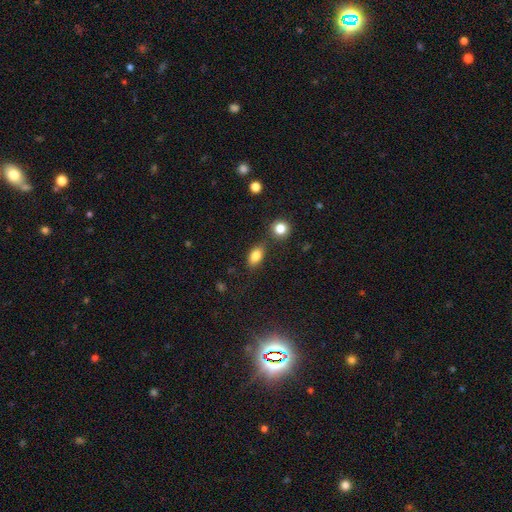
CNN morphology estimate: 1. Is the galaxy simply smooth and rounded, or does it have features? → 82% smooth, 10% star or artifact, 8% featured or disk.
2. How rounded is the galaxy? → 86% in between, 10% round, 4% cigar-shaped.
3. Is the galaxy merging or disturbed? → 77% none, 12% minor disturbance, 8% merger, 3% major disturbance.